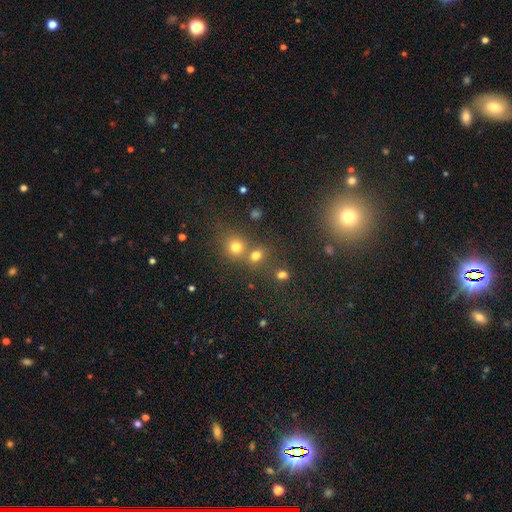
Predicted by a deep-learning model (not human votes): This is likely a smooth galaxy (73%). How rounded: likely round (74%). Merging: possibly none (56%).